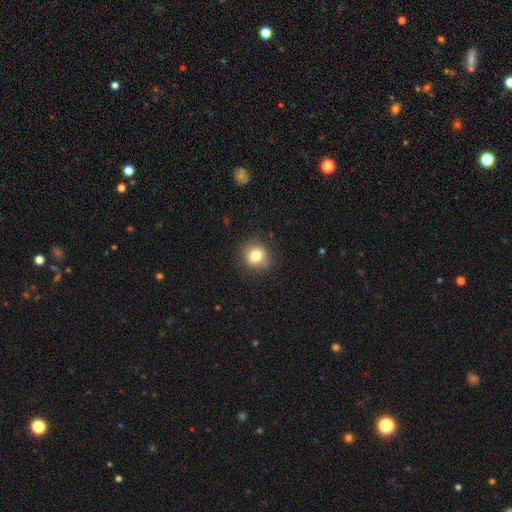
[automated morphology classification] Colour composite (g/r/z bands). It shows a smooth galaxy with no disk features (80%) that is round (82%). Merging: none (86%).